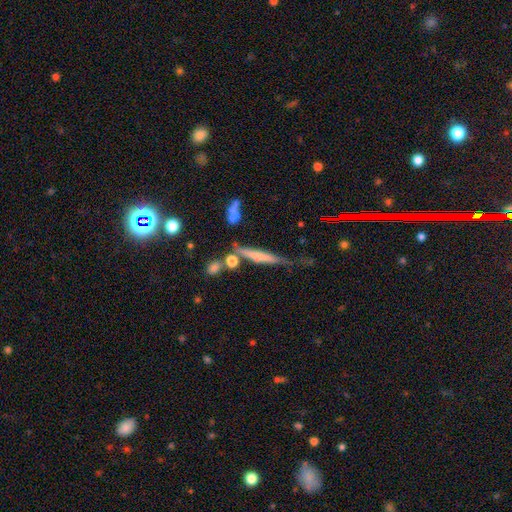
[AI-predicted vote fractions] smooth_or_featured: featured or disk (p=0.52) [alt: smooth p=0.38]
disk_edge_on: yes (p=0.90) [alt: no p=0.10]
merging: none (p=0.53) [alt: minor disturbance p=0.23]